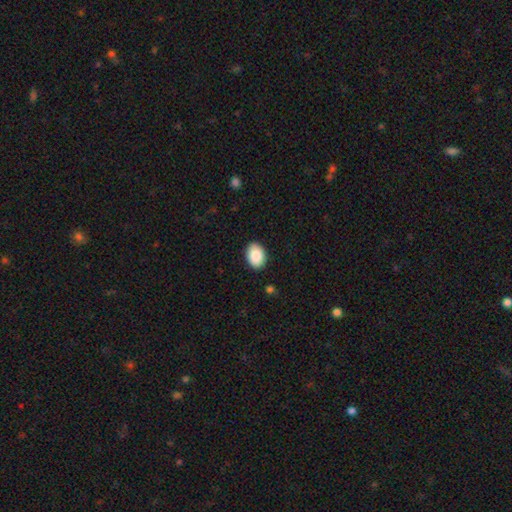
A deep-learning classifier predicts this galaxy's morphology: A smooth galaxy with no disk features (89%) that is in between round and cigar-shaped (84%). Merging: none (89%).